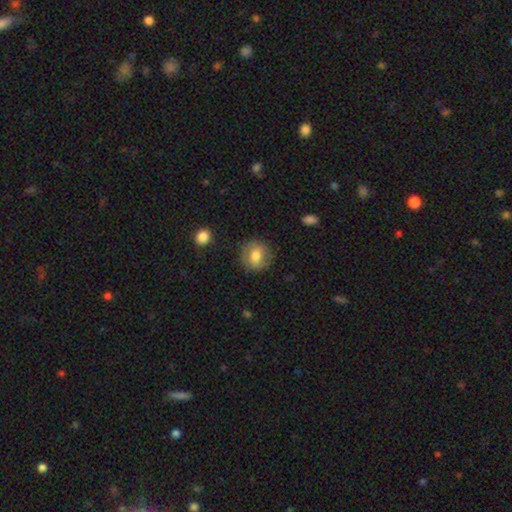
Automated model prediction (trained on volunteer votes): Smooth or featured? Predicted: smooth (p=0.70). How rounded? Predicted: round (p=0.80). Merging? Predicted: none (p=0.82).